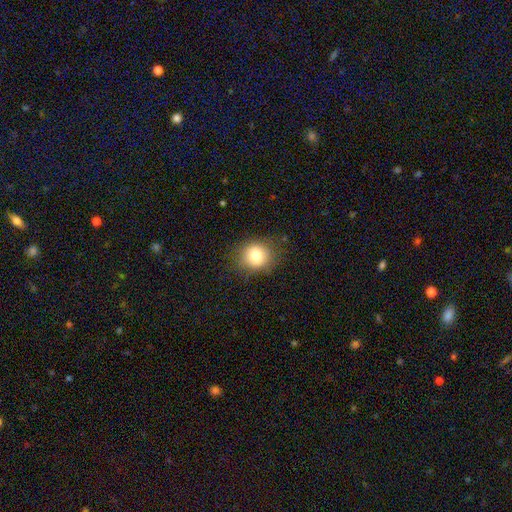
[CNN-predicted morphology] This is likely a smooth galaxy (79%). How rounded: clearly round (80%). Merging: clearly none (82%).